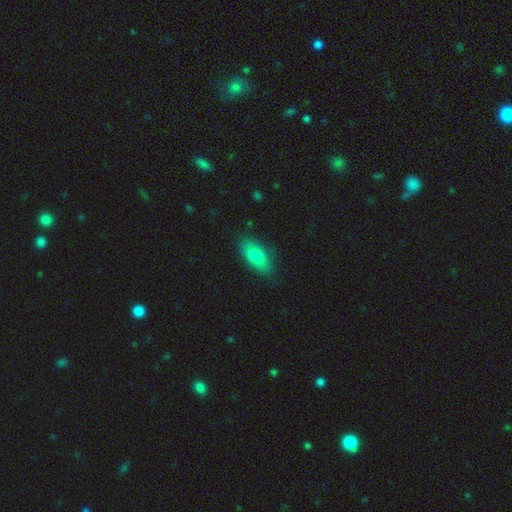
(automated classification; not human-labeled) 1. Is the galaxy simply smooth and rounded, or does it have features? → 80% smooth, 13% featured or disk, 7% star or artifact.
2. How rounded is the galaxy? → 84% in between, 13% cigar-shaped, 3% round.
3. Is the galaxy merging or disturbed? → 82% none, 14% minor disturbance, 3% major disturbance, 1% merger.